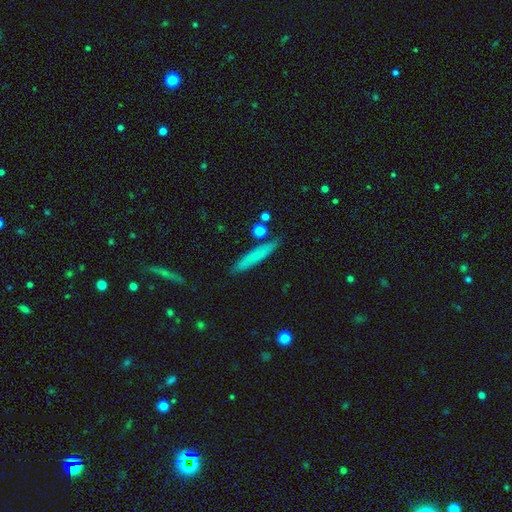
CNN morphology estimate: smooth-or-featured: smooth: 67% | featured or disk: 25% | star or artifact: 7%
  how-rounded: cigar-shaped: 90% | in between: 7% | round: 2%
  merging: none: 85% | minor disturbance: 10% | merger: 3% | major disturbance: 2%